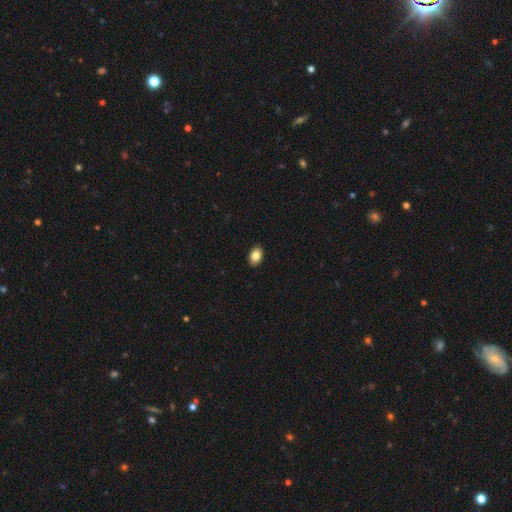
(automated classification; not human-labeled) This is clearly a smooth galaxy (84%). How rounded: clearly in between (84%). Merging: clearly none (91%).